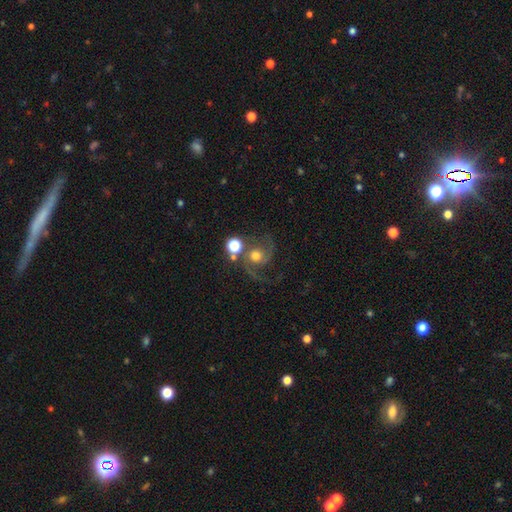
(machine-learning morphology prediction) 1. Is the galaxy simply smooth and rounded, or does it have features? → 74% featured or disk, 16% smooth, 10% star or artifact.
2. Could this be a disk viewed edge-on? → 98% no, 2% yes.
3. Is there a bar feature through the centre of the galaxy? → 73% no, 22% weak, 4% strong.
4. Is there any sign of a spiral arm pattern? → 95% yes, 5% no.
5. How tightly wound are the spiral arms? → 49% medium, 36% loose, 15% tight.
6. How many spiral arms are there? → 80% 2, 11% 1, 4% 3, 4% can't tell, 1% 4, 1% more than 4.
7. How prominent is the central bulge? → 59% moderate, 19% large, 15% small, 4% none, 3% dominant.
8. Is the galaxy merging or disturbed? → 52% none, 17% major disturbance, 16% minor disturbance, 15% merger.